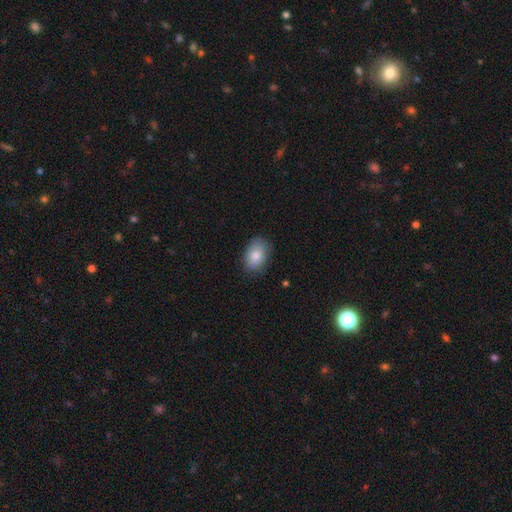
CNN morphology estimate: A smooth galaxy with no disk features (85%) that is in between round and cigar-shaped (85%).

Vote fractions:
- Smooth or featured? smooth: 85% / featured or disk: 8% / star or artifact: 7%
- How rounded? in between: 85% / round: 14% / cigar-shaped: 1%
- Merging? none: 80% / minor disturbance: 16% / major disturbance: 3% / merger: 1%